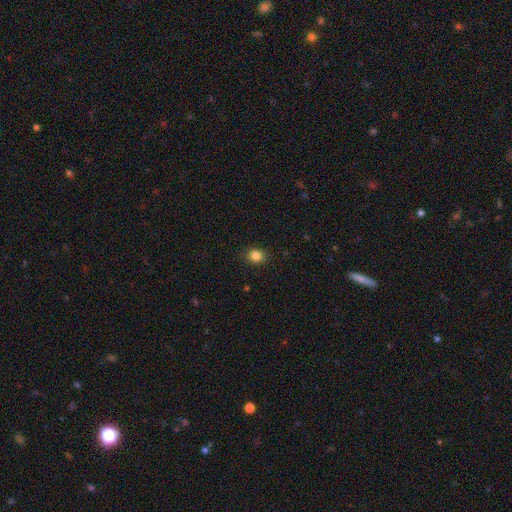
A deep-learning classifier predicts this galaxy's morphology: smooth-or-featured: smooth: 84% | star or artifact: 11% | featured or disk: 5%
  how-rounded: round: 56% | in between: 43% | cigar-shaped: 1%
  merging: none: 88% | minor disturbance: 9% | major disturbance: 2% | merger: 1%